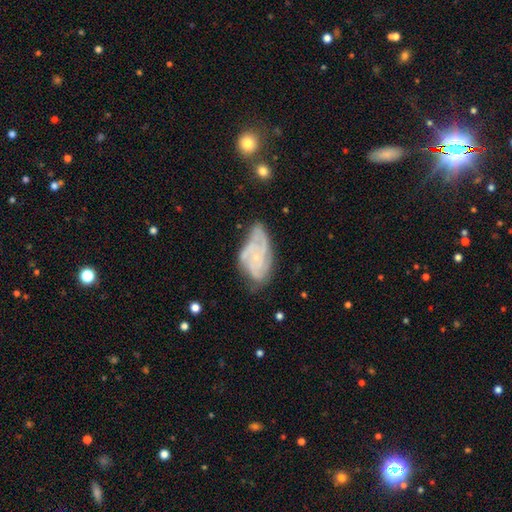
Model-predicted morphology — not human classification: A featured or disk galaxy (77%) with no bar (73%), 3 (32%) tight (53%) spiral arms (91%) and a small central bulge (75%). Merging: none (51%).